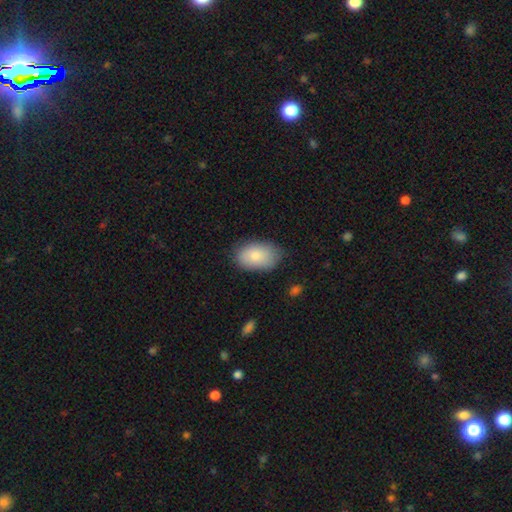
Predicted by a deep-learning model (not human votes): This appears to be a smooth galaxy with no disk features (84%) that is in between round and cigar-shaped (91%). Merging: none (76%).